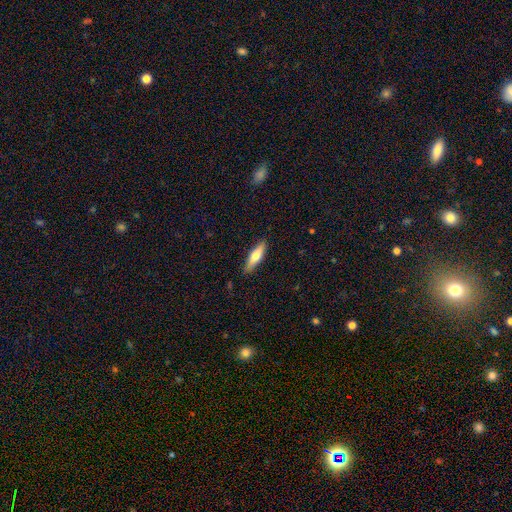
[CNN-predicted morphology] smooth_or_featured: smooth (p=0.66) [alt: featured or disk p=0.29]
how_rounded: cigar-shaped (p=0.60) [alt: in between p=0.38]
merging: none (p=0.88) [alt: minor disturbance p=0.09]